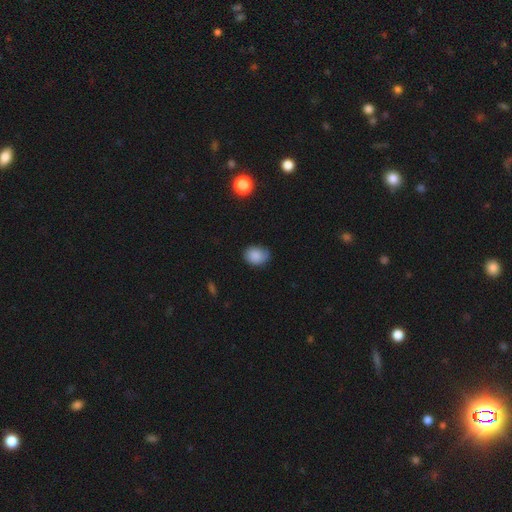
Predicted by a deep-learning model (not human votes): This is clearly a smooth galaxy (85%). How rounded: possibly in between (59%). Merging: likely none (70%).